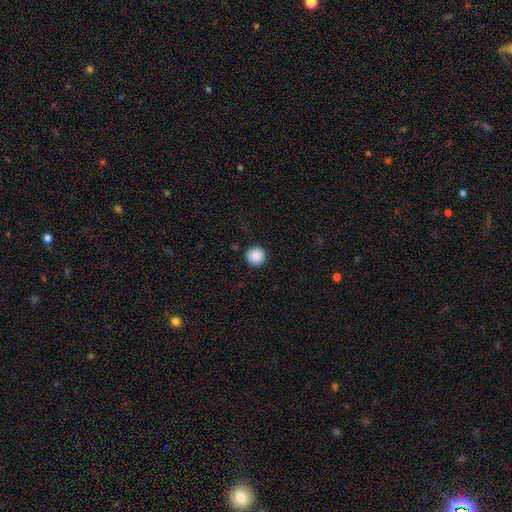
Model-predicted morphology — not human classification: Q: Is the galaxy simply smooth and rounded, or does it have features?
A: smooth — 89%.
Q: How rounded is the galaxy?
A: round — 96%.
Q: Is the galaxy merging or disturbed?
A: none — 92%.